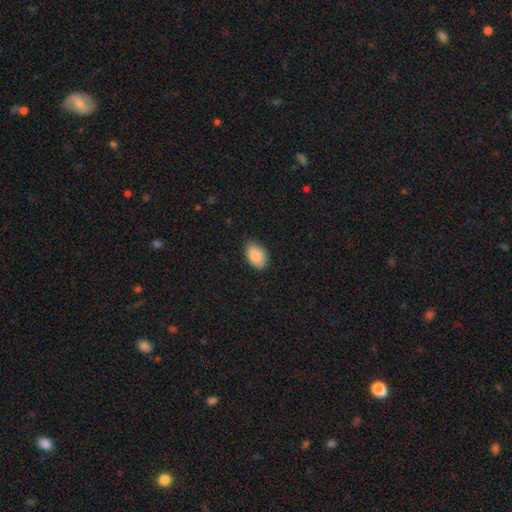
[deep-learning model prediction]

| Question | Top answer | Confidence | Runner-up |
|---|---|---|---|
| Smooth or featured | smooth | 89% | star or artifact (7%) |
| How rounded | in between | 91% | round (8%) |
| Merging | none | 80% | minor disturbance (17%) |